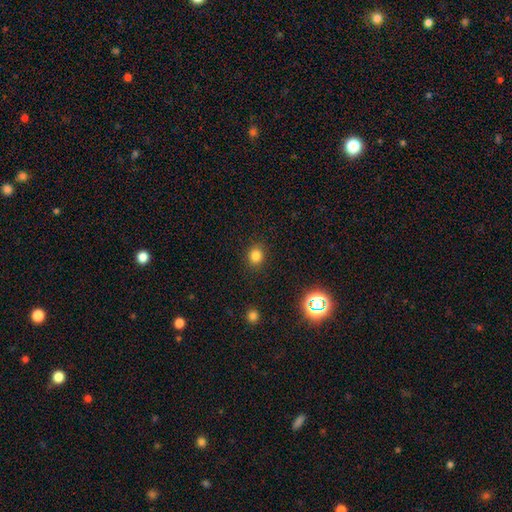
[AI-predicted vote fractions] Q: Smooth or featured?
A: smooth (83%); runner-up: star or artifact (13%)
Q: How rounded?
A: round (70%); runner-up: in between (29%)
Q: Merging?
A: none (87%); runner-up: minor disturbance (9%)